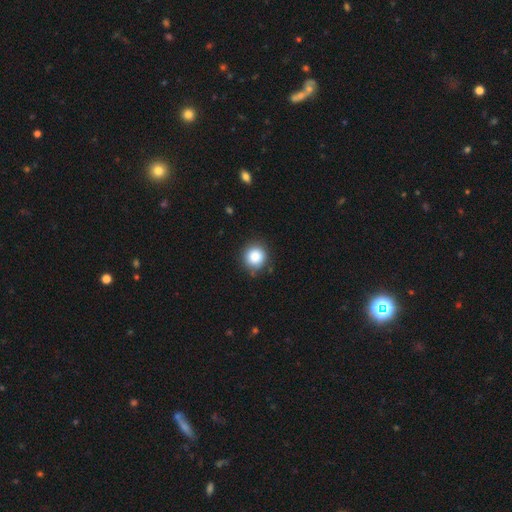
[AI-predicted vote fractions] Morphology: type=smooth (86%); roundness=round (91%); merging=none (84%).